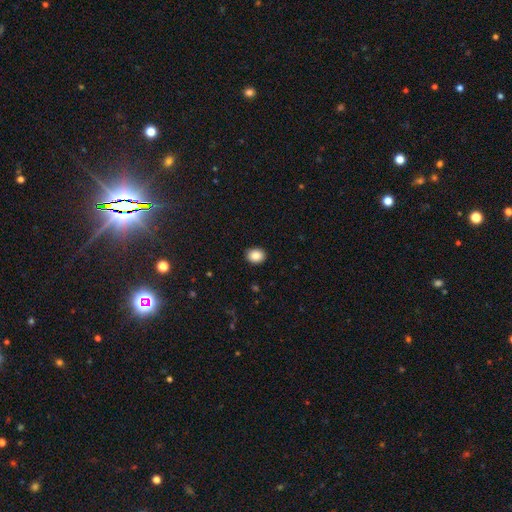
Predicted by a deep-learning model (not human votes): Smooth or featured? smooth (87%)
How rounded? round (52%)
Merging? none (90%)